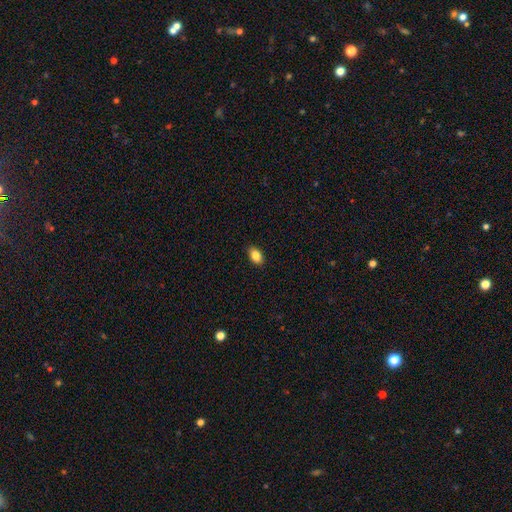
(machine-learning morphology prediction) The model was most divided on "smooth or featured": smooth: 85%, star or artifact: 8%, featured or disk: 6%. More confident: merging — none (89%); how rounded — in between (88%).